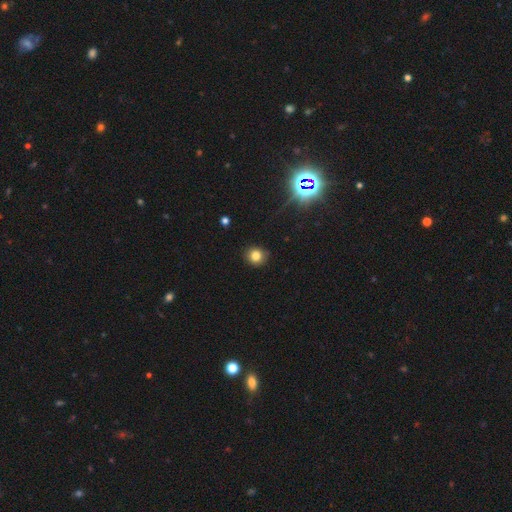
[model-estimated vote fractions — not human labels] Smooth or featured? smooth (79%)
How rounded? round (85%)
Merging? none (86%)